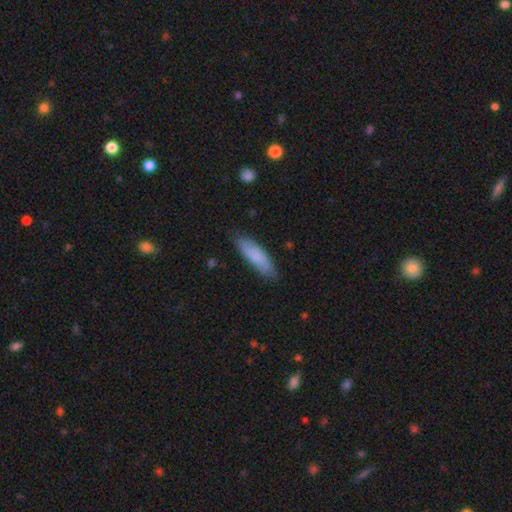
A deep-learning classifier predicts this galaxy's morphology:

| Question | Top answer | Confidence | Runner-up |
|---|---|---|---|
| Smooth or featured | smooth | 82% | featured or disk (12%) |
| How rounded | cigar-shaped | 57% | in between (42%) |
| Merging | none | 83% | minor disturbance (13%) |